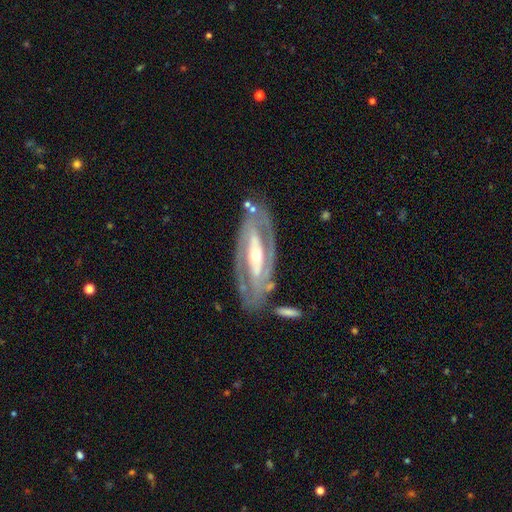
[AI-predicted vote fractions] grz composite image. It shows a featured or disk galaxy (86%) with a strong bar (55%), 2 (77%) tight (56%) spiral arms (78%) and a moderate central bulge (61%). Merging: none (77%).